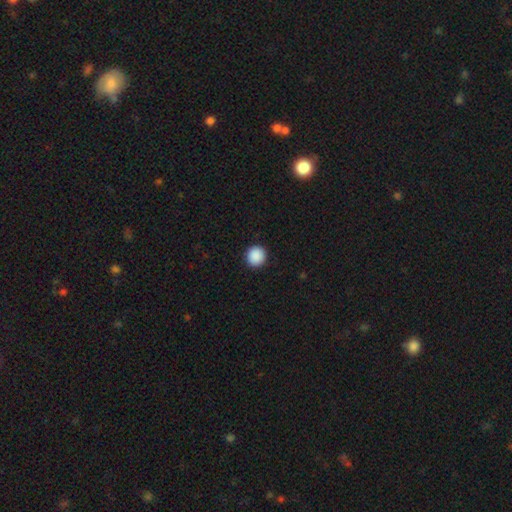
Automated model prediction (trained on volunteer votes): Morphology: type=smooth (90%); roundness=round (94%); merging=none (93%).